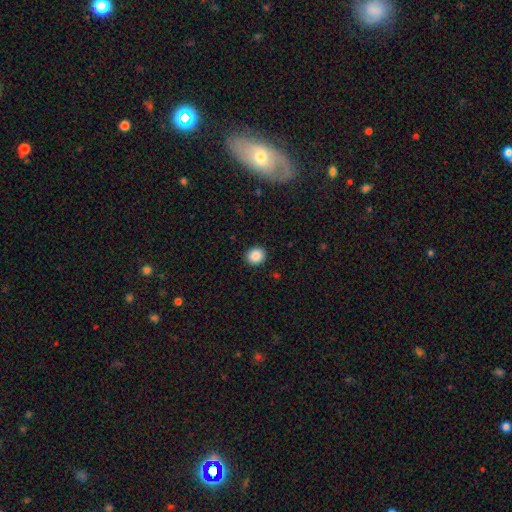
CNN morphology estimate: Q: Smooth or featured?
A: smooth (88%); runner-up: star or artifact (9%)
Q: How rounded?
A: round (86%); runner-up: in between (13%)
Q: Merging?
A: none (92%); runner-up: minor disturbance (5%)